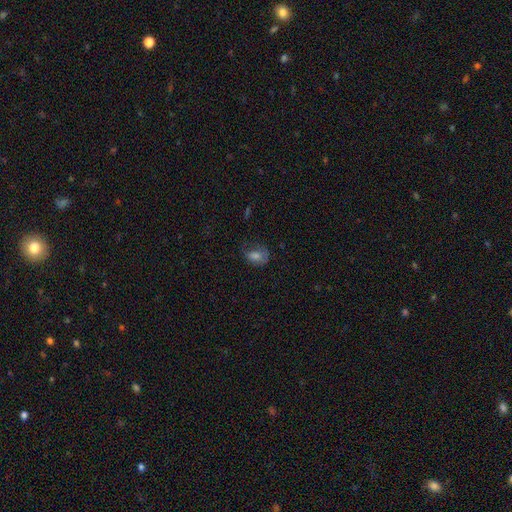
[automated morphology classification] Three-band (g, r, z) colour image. It shows a smooth galaxy with no disk features (60%) that is in between round and cigar-shaped (70%). Merging: none (50%).